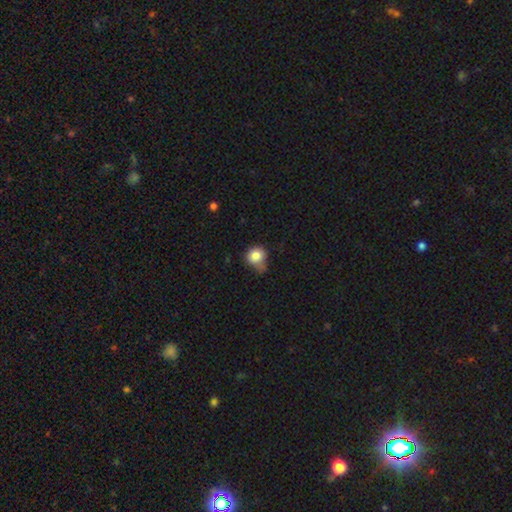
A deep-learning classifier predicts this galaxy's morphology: Smooth or featured? smooth (82%)
How rounded? round (79%)
Merging? none (40%)